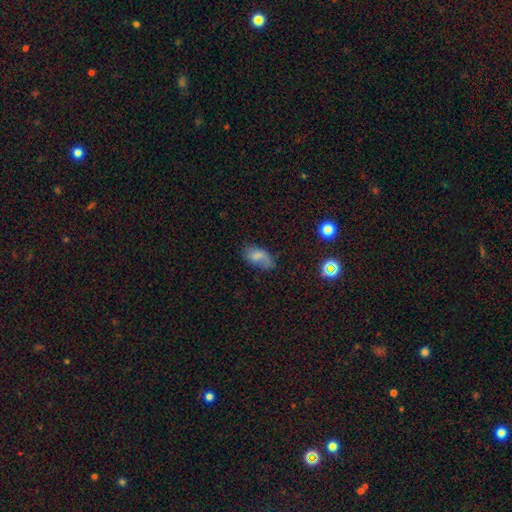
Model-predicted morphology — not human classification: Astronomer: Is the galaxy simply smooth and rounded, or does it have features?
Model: smooth — 65%.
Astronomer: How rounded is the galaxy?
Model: in between — 89%.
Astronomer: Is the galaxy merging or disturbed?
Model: none — 50% (runner-up: minor disturbance, 31%).